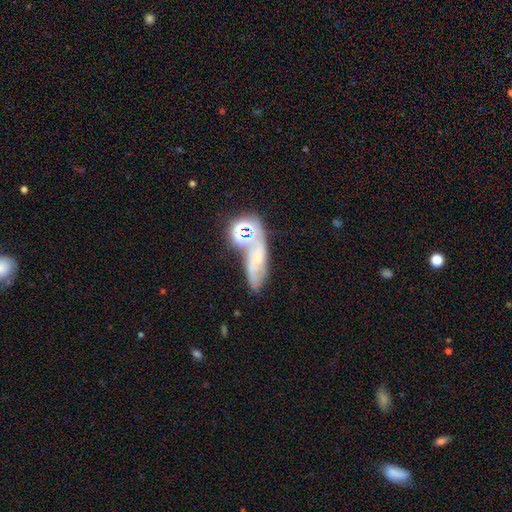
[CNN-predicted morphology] Overall: featured or disk (46%; smooth 30%). Merging: none (48%; merger 22%).